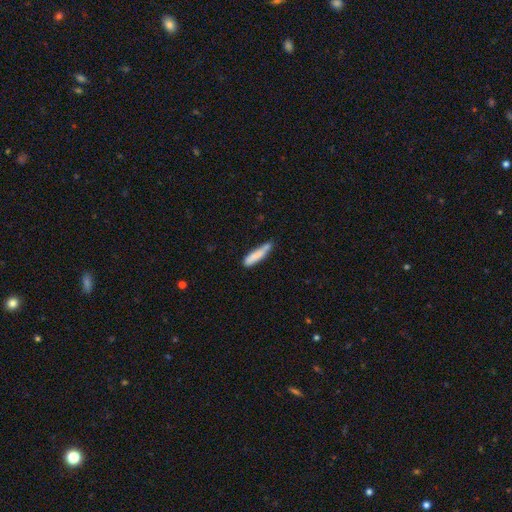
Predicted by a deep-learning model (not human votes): smooth 80%, featured or disk 14%, star or artifact 6%. Down the decision tree: how rounded — cigar-shaped (85%); merging — none (60%).